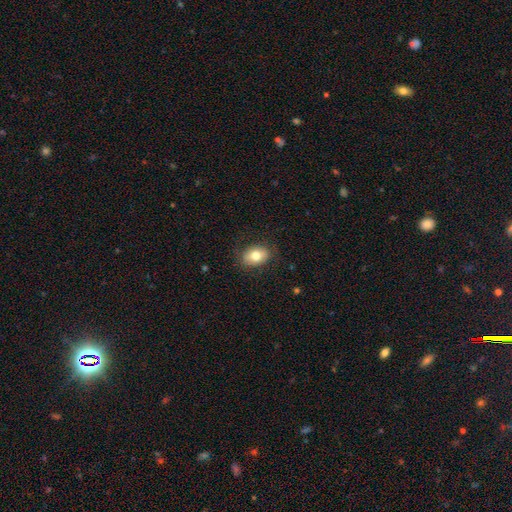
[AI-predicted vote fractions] Morphology: type=smooth (77%); roundness=in between (80%); merging=none (82%).